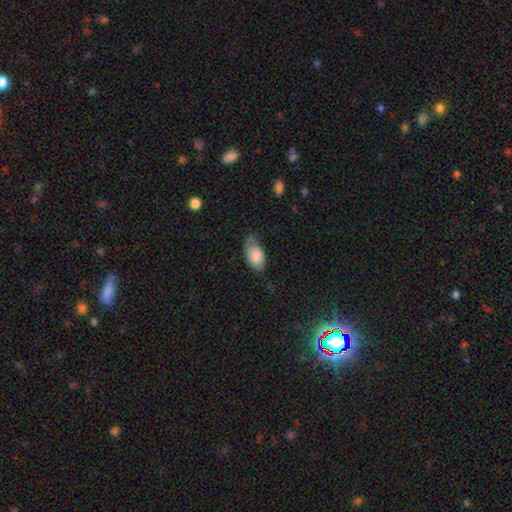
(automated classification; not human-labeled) Morphology: type=smooth (76%); roundness=in between (93%); merging=none (40%, tied with minor disturbance).